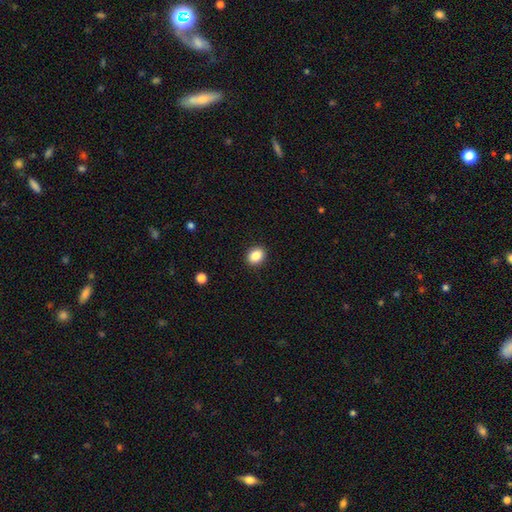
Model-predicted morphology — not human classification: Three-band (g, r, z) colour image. It shows a smooth galaxy with no disk features (87%) that is in between round and cigar-shaped (52%). Merging: none (91%).